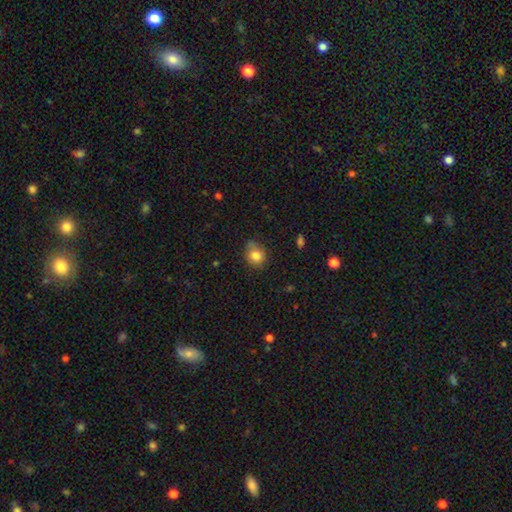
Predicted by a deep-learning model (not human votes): A smooth galaxy with no disk features (81%) that is round (74%).

Vote fractions:
- Smooth or featured? smooth: 81% / star or artifact: 11% / featured or disk: 8%
- How rounded? round: 74% / in between: 25% / cigar-shaped: 1%
- Merging? none: 70% / minor disturbance: 22% / major disturbance: 4% / merger: 4%